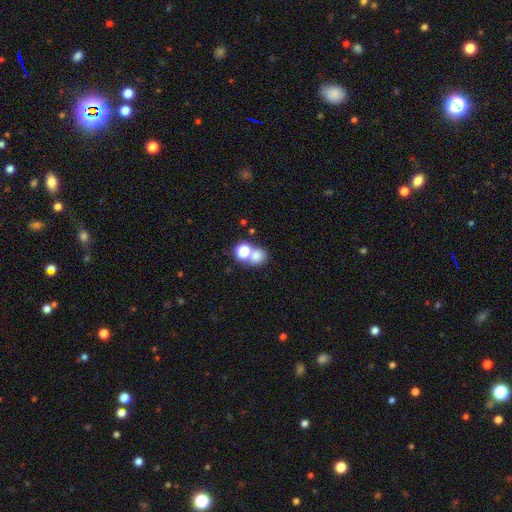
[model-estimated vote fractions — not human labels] smooth_or_featured: smooth (p=0.72) [alt: star or artifact p=0.16]
how_rounded: round (p=0.67) [alt: in between p=0.32]
merging: merger (p=0.48) [alt: none p=0.40]